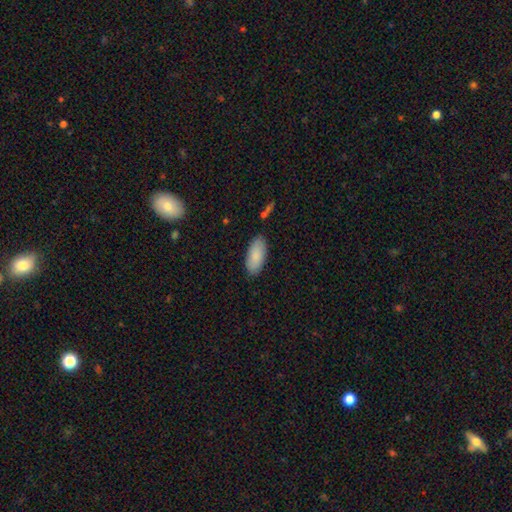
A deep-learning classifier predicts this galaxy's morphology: Smooth or featured: smooth — 87% (featured or disk — 7%)
How rounded: in between — 87% (cigar-shaped — 11%)
Merging: none — 85% (minor disturbance — 11%)